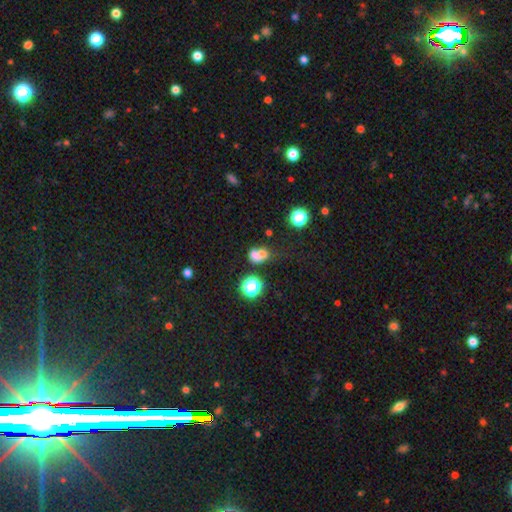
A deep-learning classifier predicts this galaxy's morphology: type=smooth (64%); roundness=round (59%); merging=merger (53%).